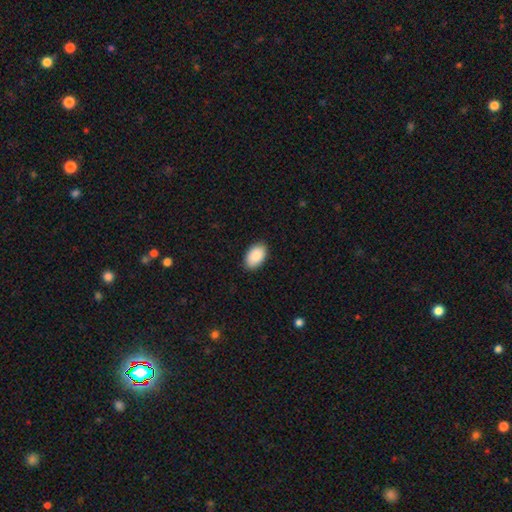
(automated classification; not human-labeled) Q: Smooth or featured?
A: smooth (91%); runner-up: star or artifact (6%)
Q: How rounded?
A: in between (93%); runner-up: round (6%)
Q: Merging?
A: none (89%); runner-up: minor disturbance (8%)